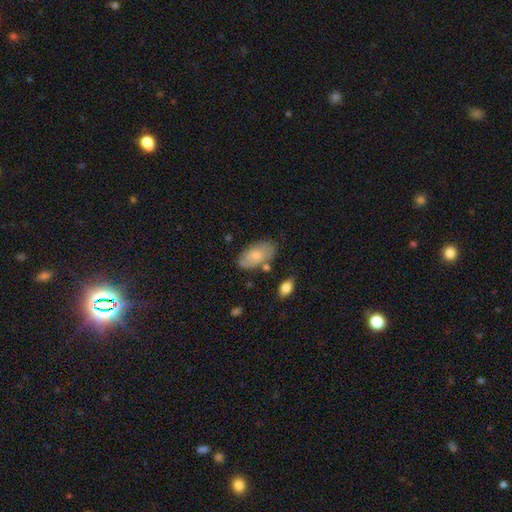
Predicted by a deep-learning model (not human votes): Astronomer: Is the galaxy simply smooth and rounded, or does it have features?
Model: smooth — 60%.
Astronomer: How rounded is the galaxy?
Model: in between — 93%.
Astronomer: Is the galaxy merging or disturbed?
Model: none — 70%.